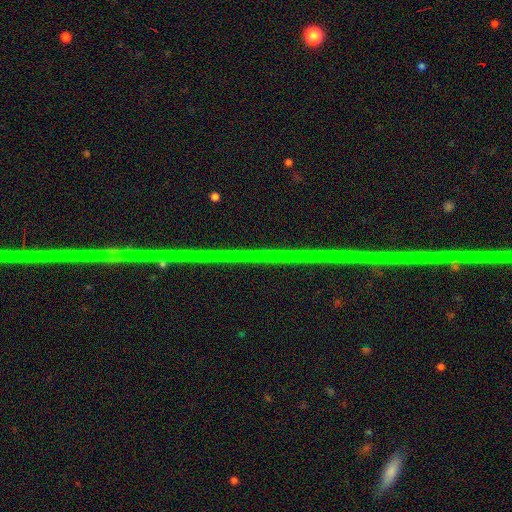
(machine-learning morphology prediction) This appears to be a star or artifact, not a galaxy (78%).